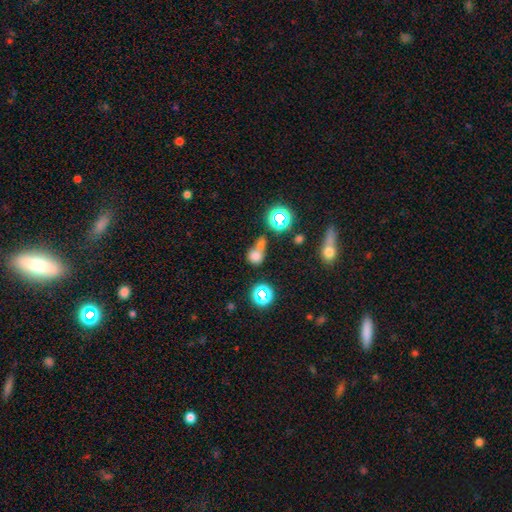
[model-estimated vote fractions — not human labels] A smooth galaxy with no disk features (68%) that is round (70%). Merging: merger (48%).